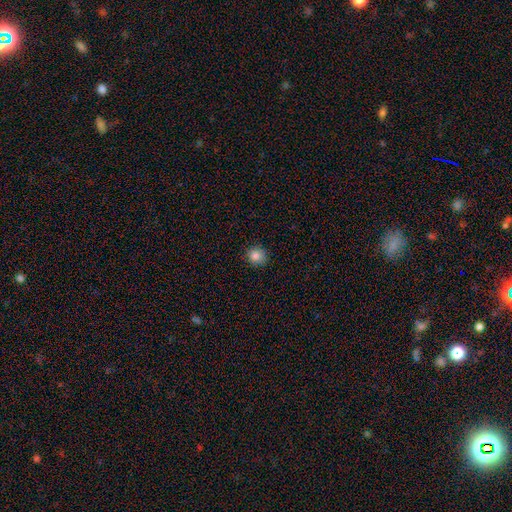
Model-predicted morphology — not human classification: Smooth or featured? Predicted: smooth (p=0.84). How rounded? Predicted: round (p=0.85). Merging? Predicted: none (p=0.89).